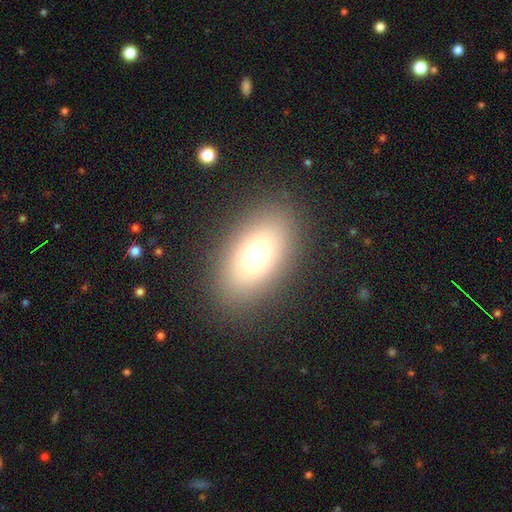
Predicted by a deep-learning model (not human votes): smooth 71%, featured or disk 16%, star or artifact 13%. Down the decision tree: how rounded — in between (85%); merging — none (86%).